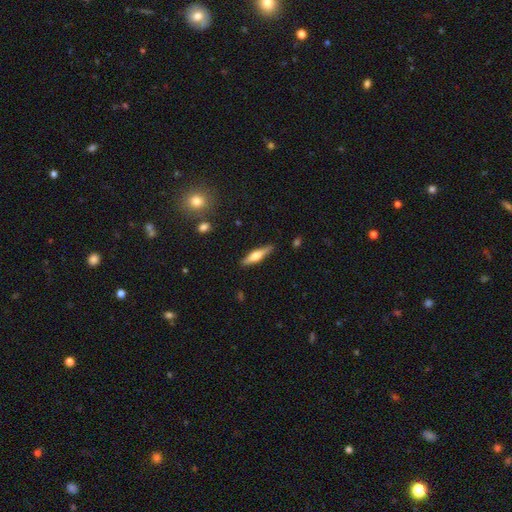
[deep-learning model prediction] Smooth or featured? Predicted: featured or disk (p=0.53). Edge-on disk? Predicted: yes (p=0.95). Edge-on bulge? Predicted: rounded (p=0.88). Merging? Predicted: none (p=0.87).